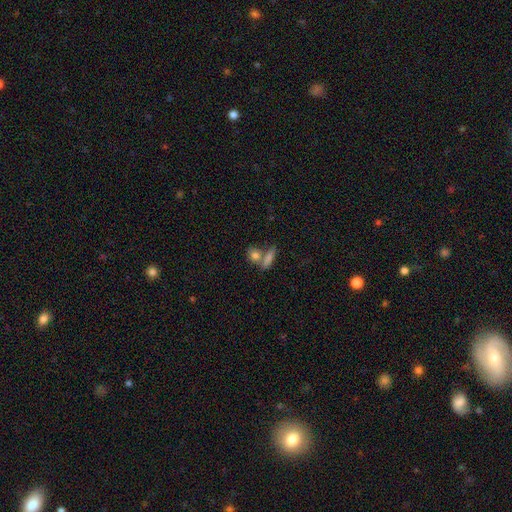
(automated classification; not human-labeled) This is likely a smooth galaxy (79%). How rounded: possibly in between (47%). Merging: possibly none (47%).